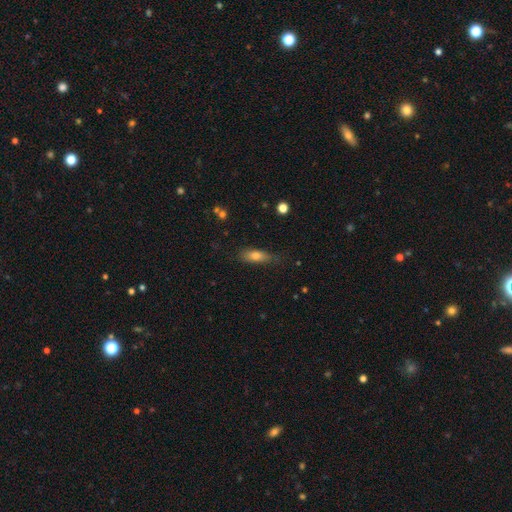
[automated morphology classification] The model was most divided on "how rounded": in between: 62%, cigar-shaped: 35%, round: 3%. More confident: smooth or featured — smooth (75%); merging — none (68%).